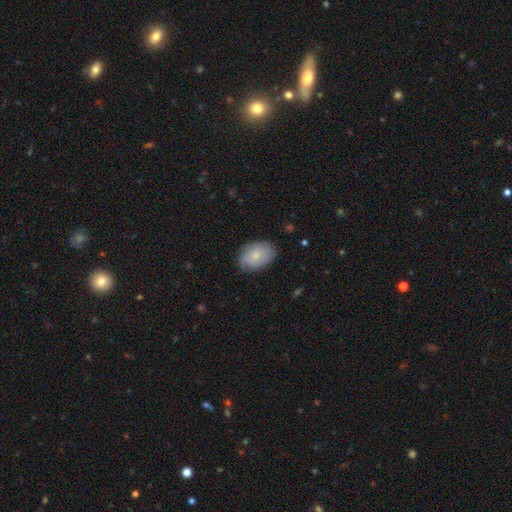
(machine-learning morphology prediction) Smooth or featured: smooth — 72% (featured or disk — 21%)
How rounded: in between — 85% (round — 13%)
Merging: none — 79% (minor disturbance — 17%)